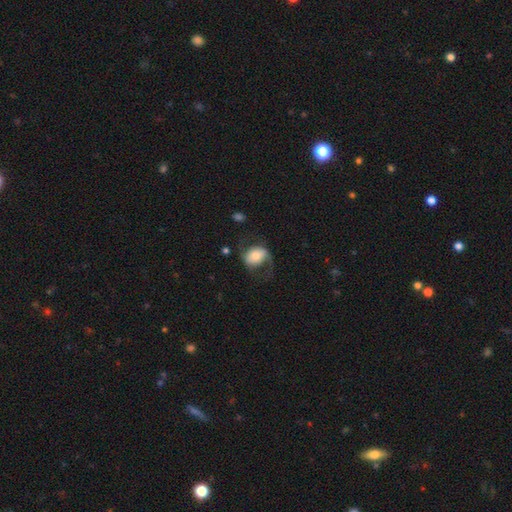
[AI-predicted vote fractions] Overall: featured or disk (52%; smooth 41%). Edge-on disk: no (96%). Merging: none (52%; major disturbance 25%).